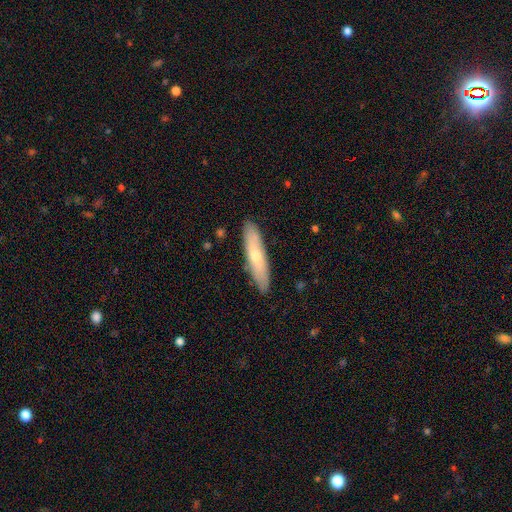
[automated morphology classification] Overall: smooth (58%; featured or disk 36%). How rounded: cigar-shaped (78%). Merging: none (88%).